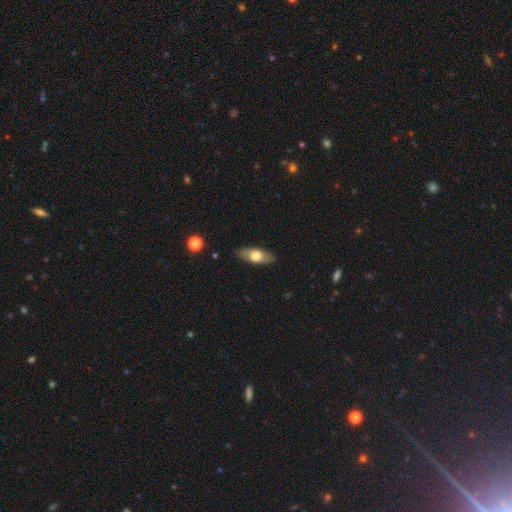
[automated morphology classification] Smooth or featured: smooth — 63% (featured or disk — 31%)
How rounded: in between — 79% (cigar-shaped — 17%)
Merging: none — 86% (minor disturbance — 11%)